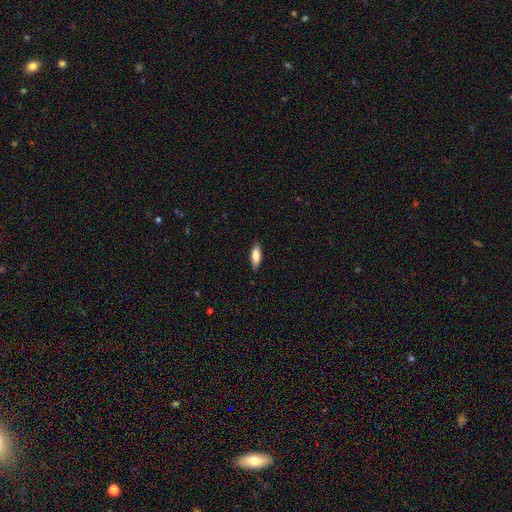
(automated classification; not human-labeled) Q: Smooth or featured?
A: smooth (83%); runner-up: featured or disk (11%)
Q: How rounded?
A: in between (66%); runner-up: cigar-shaped (32%)
Q: Merging?
A: none (86%); runner-up: minor disturbance (11%)